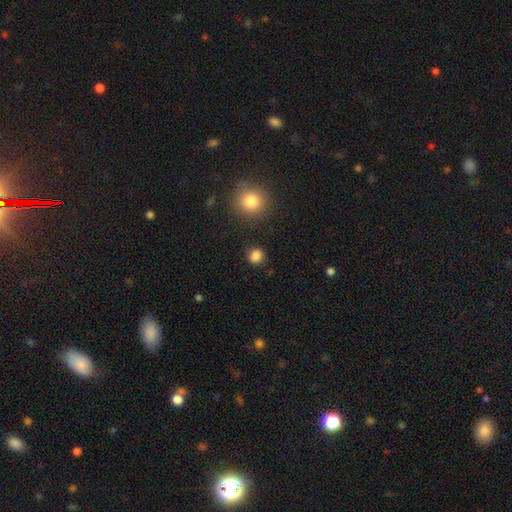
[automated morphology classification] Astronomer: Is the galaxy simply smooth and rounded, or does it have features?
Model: smooth — 83%.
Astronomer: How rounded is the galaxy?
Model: round — 85%.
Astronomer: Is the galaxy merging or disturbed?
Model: none — 86%.